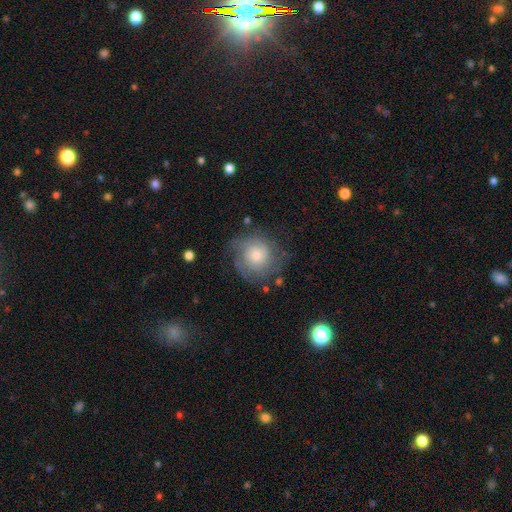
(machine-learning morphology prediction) Q: Smooth or featured?
A: featured or disk (60%); runner-up: smooth (31%)
Q: Edge-on disk?
A: no (97%); runner-up: yes (3%)
Q: Bar?
A: no (80%); runner-up: weak (18%)
Q: Spiral arms?
A: yes (87%); runner-up: no (13%)
Q: Spiral winding?
A: tight (56%); runner-up: medium (32%)
Q: Spiral arm count?
A: can't tell (43%); runner-up: 2 (24%)
Q: Bulge size?
A: moderate (53%); runner-up: small (32%)
Q: Merging?
A: none (69%); runner-up: minor disturbance (19%)